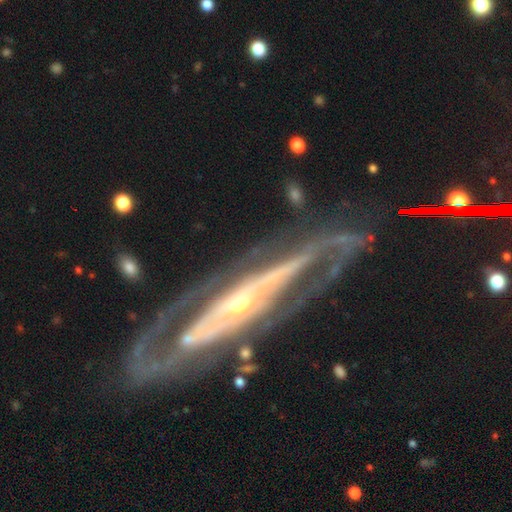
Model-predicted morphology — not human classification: A featured or disk galaxy (89%) with no bar (48%), 2 (64%) tight (43%) spiral arms (86%) and a small central bulge (67%). Merging: none (71%).